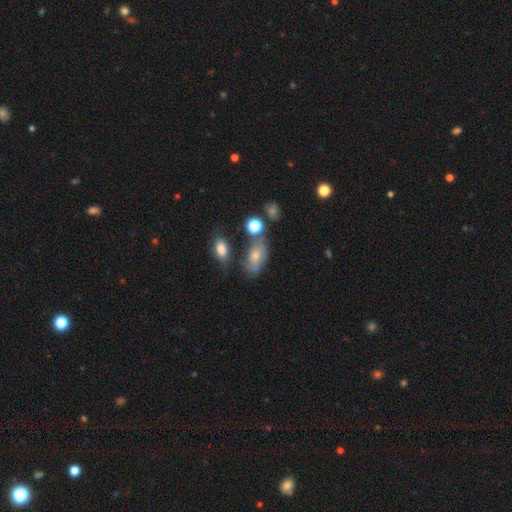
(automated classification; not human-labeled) Overall: smooth (58%; featured or disk 31%). How rounded: in between (87%). Merging: none (45%; minor disturbance 27%).